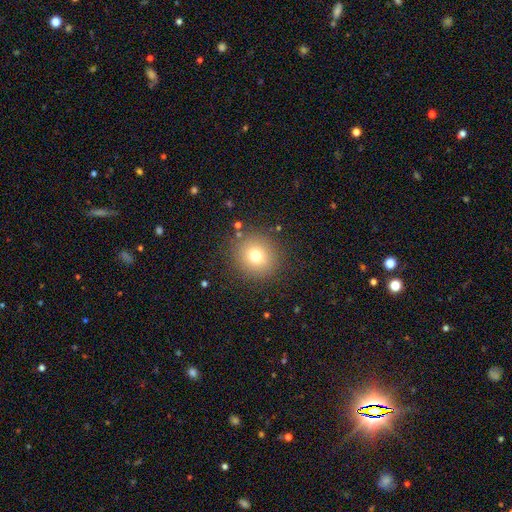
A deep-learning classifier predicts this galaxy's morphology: Smooth or featured: smooth — 73% (star or artifact — 15%)
How rounded: round — 91% (in between — 8%)
Merging: none — 87% (minor disturbance — 8%)